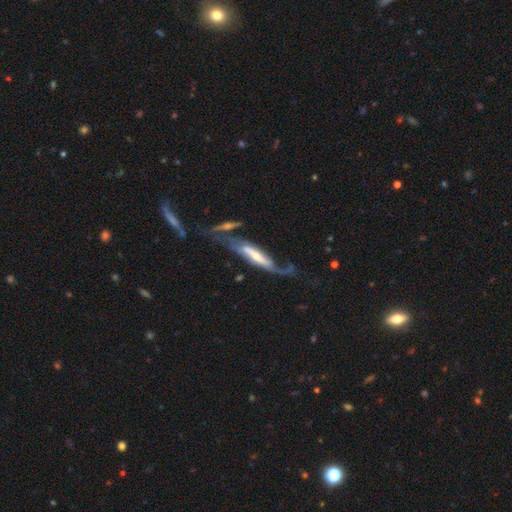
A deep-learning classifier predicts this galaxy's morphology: Smooth or featured? featured or disk (69%)
Edge-on disk? no (57%)
Merging? major disturbance (31%)